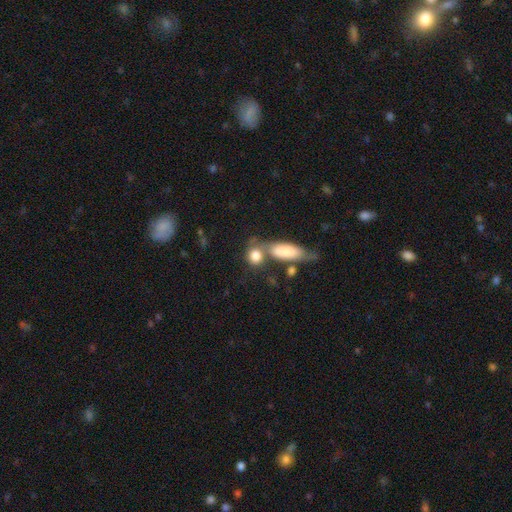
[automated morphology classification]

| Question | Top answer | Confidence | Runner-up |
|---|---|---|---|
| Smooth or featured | smooth | 82% | featured or disk (11%) |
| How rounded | round | 55% | in between (38%) |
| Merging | none | 41% | merger (39%) |